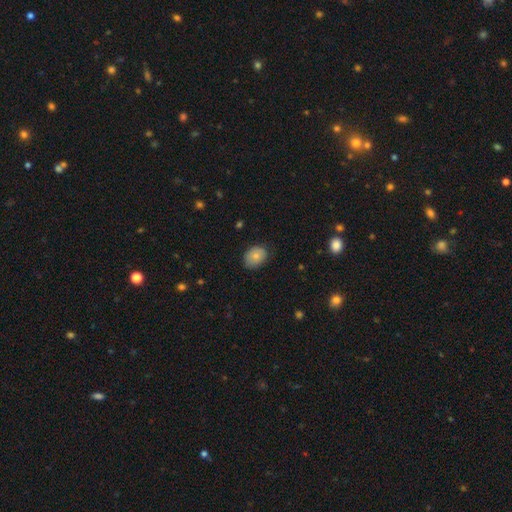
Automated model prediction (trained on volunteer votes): smooth 76%, featured or disk 16%, star or artifact 8%. Down the decision tree: how rounded — in between (65%); merging — none (74%).